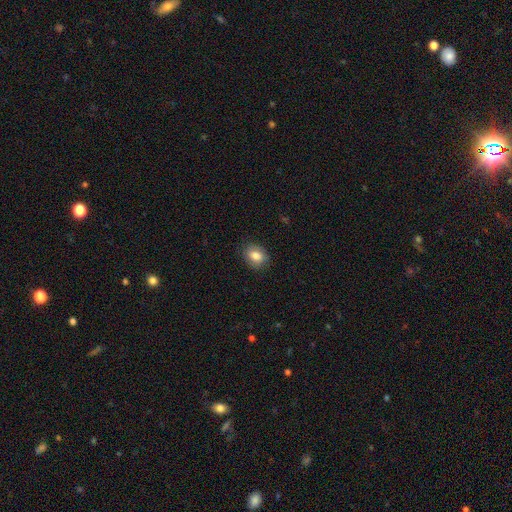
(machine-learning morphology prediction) smooth_or_featured: smooth (p=0.82) [alt: featured or disk p=0.10]
how_rounded: in between (p=0.60) [alt: round p=0.39]
merging: none (p=0.85) [alt: minor disturbance p=0.12]